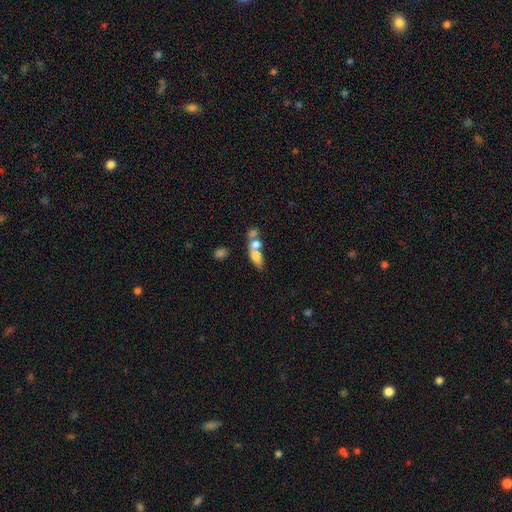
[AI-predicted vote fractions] smooth 68%, featured or disk 22%, star or artifact 10%. Down the decision tree: how rounded — in between (68%); merging — merger (56%).